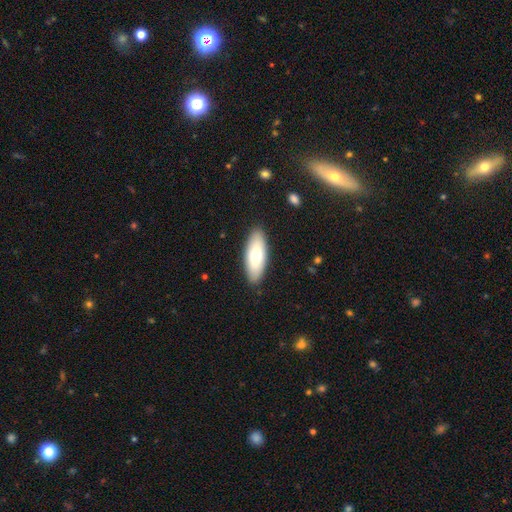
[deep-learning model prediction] Overall: smooth (70%). How rounded: in between (77%). Merging: none (89%).